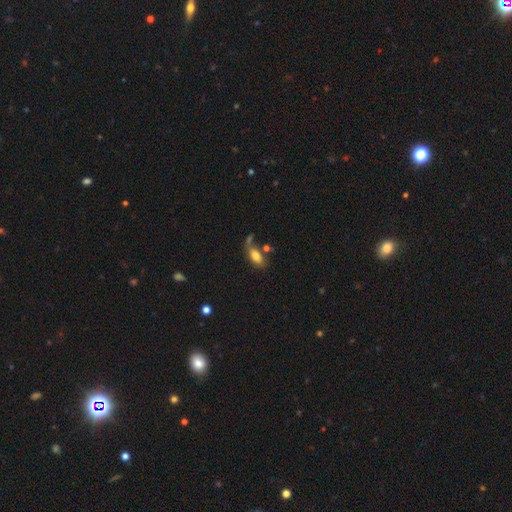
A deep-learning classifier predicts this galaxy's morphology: Smooth or featured?
  - smooth: 75% *
  - featured or disk: 16%
  - star or artifact: 8%
How rounded?
  - in between: 86% *
  - cigar-shaped: 10%
  - round: 4%
Merging?
  - none: 48% *
  - merger: 21%
  - minor disturbance: 19%
  - major disturbance: 12%